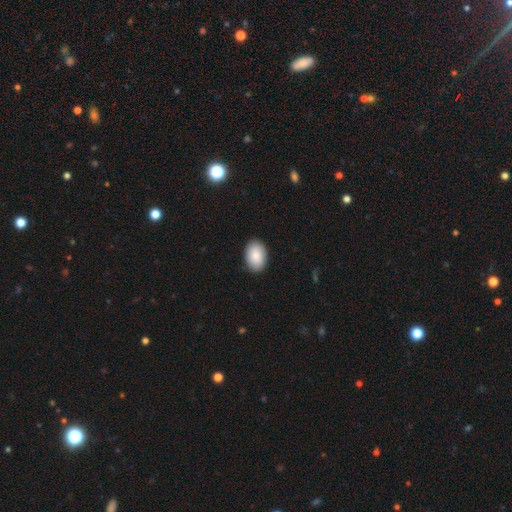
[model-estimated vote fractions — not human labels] A smooth galaxy with no disk features (87%) that is in between round and cigar-shaped (86%).

Vote fractions:
- Smooth or featured? smooth: 87% / featured or disk: 7% / star or artifact: 6%
- How rounded? in between: 86% / round: 13% / cigar-shaped: 1%
- Merging? none: 90% / minor disturbance: 8% / major disturbance: 2% / merger: 1%